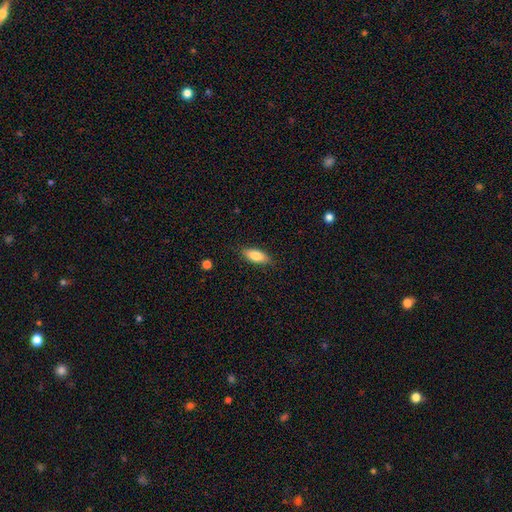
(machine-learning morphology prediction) Overall: smooth (80%). How rounded: in between (78%). Merging: none (86%).